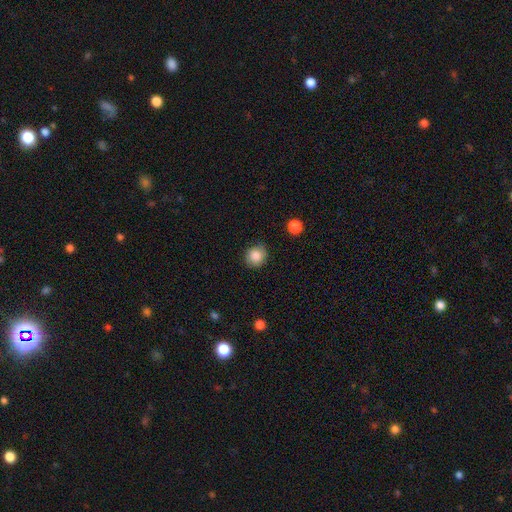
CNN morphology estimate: type=smooth (87%); roundness=round (83%); merging=none (81%).